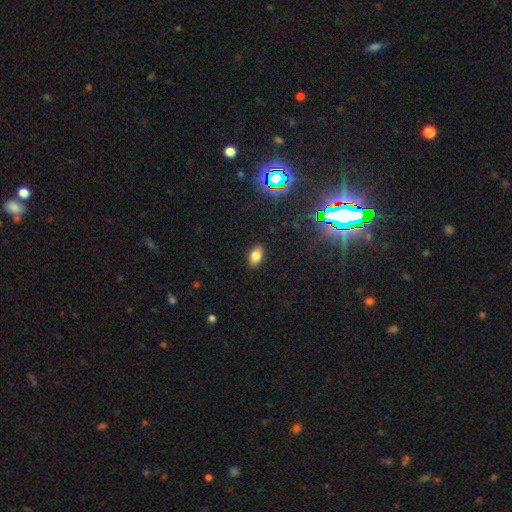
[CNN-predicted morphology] Smooth or featured? Predicted: smooth (p=0.78). How rounded? Predicted: in between (p=0.89). Merging? Predicted: none (p=0.88).